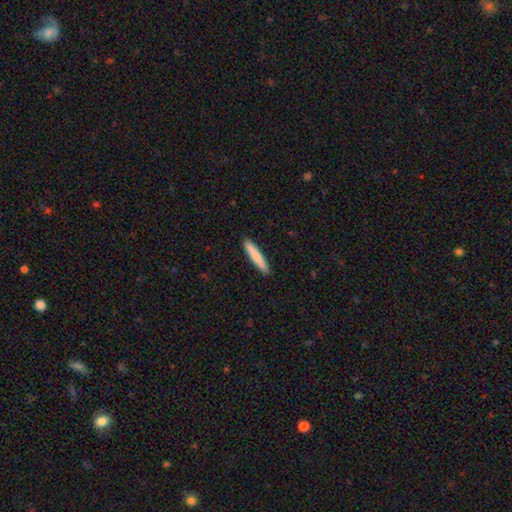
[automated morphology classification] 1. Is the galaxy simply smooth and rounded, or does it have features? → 81% smooth, 14% featured or disk, 5% star or artifact.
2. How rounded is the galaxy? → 92% cigar-shaped, 7% in between, 1% round.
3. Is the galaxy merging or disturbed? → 91% none, 7% minor disturbance, 1% major disturbance, 1% merger.